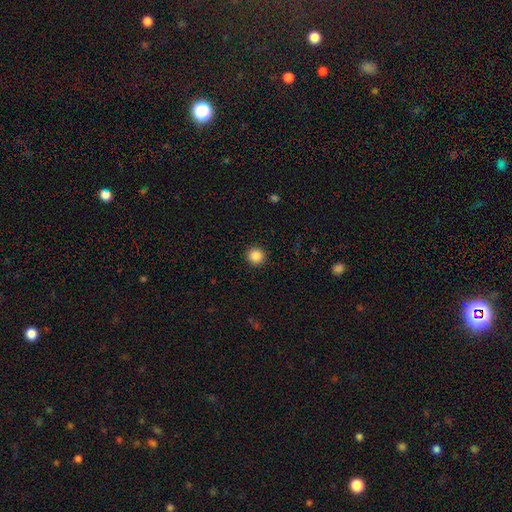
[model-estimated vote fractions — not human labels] smooth_or_featured: smooth (p=0.87) [alt: star or artifact p=0.10]
how_rounded: round (p=0.95) [alt: in between p=0.04]
merging: none (p=0.93) [alt: minor disturbance p=0.05]